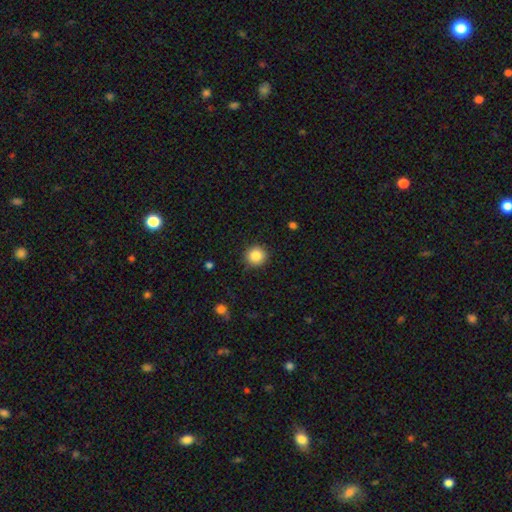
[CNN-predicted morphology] This appears to be a smooth galaxy with no disk features (86%) that is round (94%). Merging: none (90%).